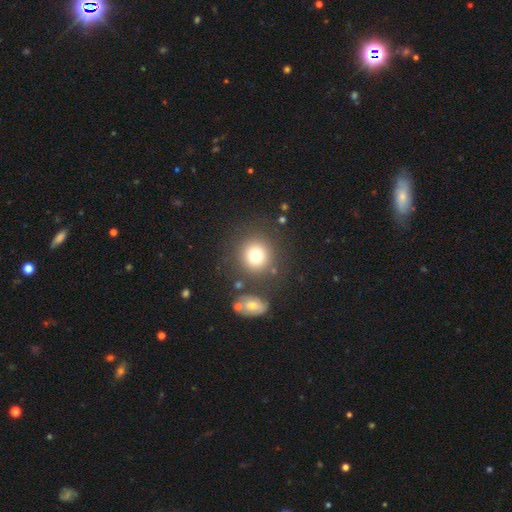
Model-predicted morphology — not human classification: Smooth or featured? Predicted: smooth (p=0.76). How rounded? Predicted: round (p=0.91). Merging? Predicted: none (p=0.79).